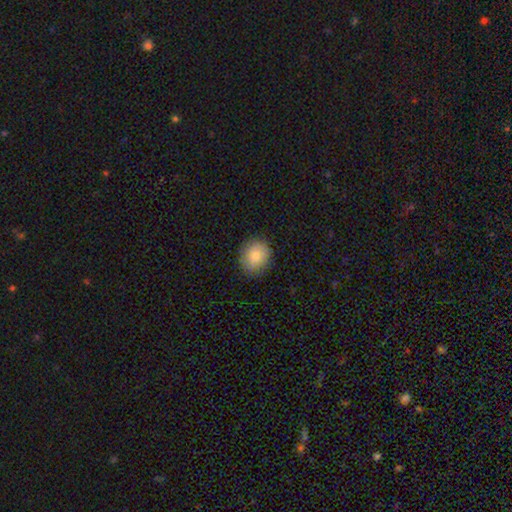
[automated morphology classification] This appears to be a smooth galaxy with no disk features (81%) that is round (71%). Merging: none (87%).